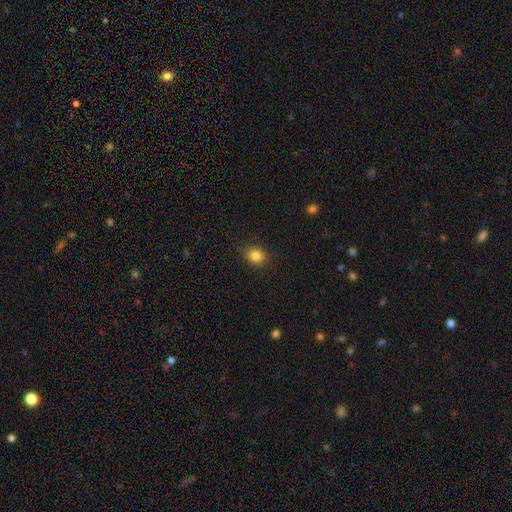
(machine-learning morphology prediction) Smooth or featured? Predicted: smooth (p=0.83). How rounded? Predicted: round (p=0.71). Merging? Predicted: none (p=0.83).